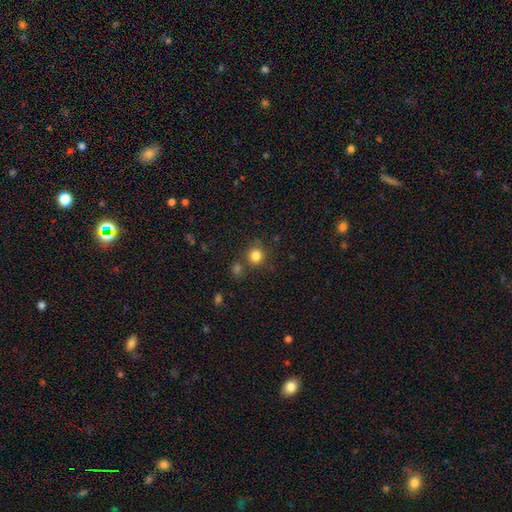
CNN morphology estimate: smooth_or_featured: smooth (p=0.83) [alt: star or artifact p=0.12]
how_rounded: round (p=0.87) [alt: in between p=0.12]
merging: none (p=0.73) [alt: merger p=0.13]